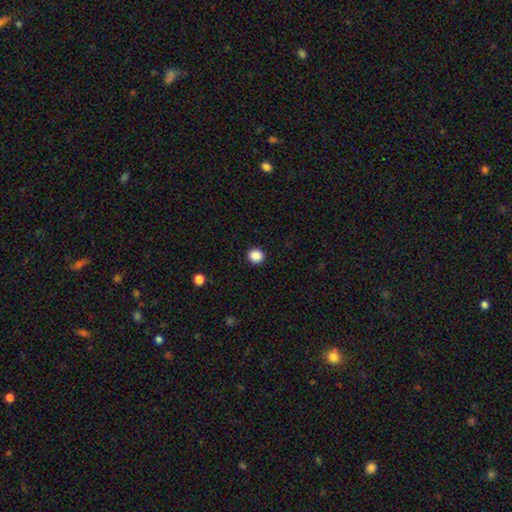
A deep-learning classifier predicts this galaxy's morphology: Smooth or featured? smooth (88%)
How rounded? round (86%)
Merging? none (92%)